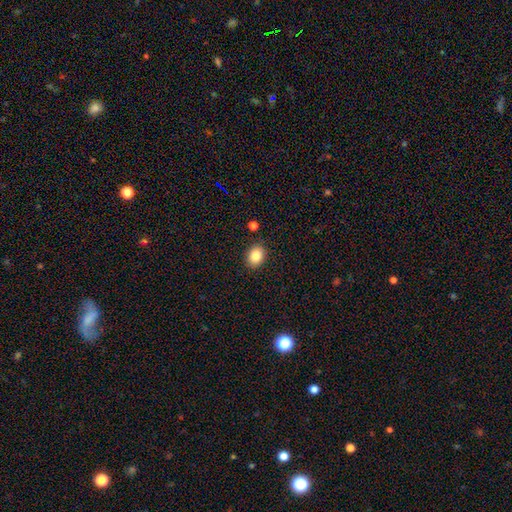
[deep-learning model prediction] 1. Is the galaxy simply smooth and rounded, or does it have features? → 85% smooth, 9% star or artifact, 6% featured or disk.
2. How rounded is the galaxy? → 66% in between, 33% round, 1% cigar-shaped.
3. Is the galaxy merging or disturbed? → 88% none, 8% minor disturbance, 2% major disturbance, 2% merger.